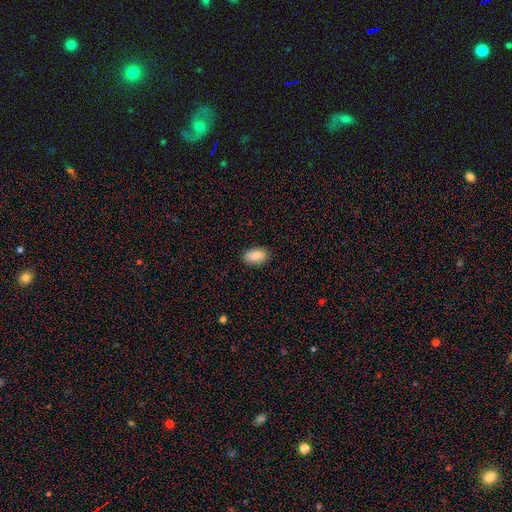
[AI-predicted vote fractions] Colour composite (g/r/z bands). It shows a smooth galaxy with no disk features (85%) that is in between round and cigar-shaped (92%). Merging: none (86%).